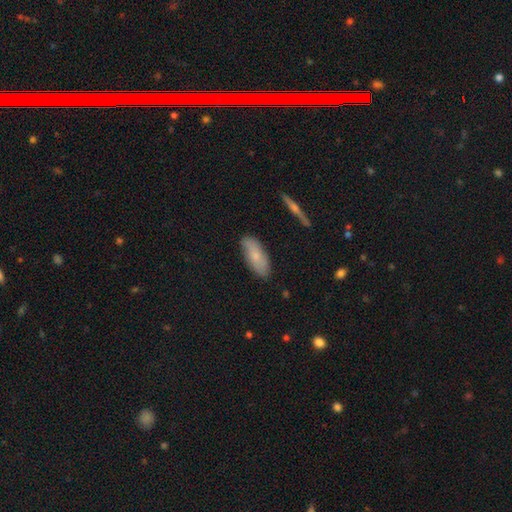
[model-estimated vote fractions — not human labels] The model was most divided on "smooth or featured": smooth: 67%, featured or disk: 26%, star or artifact: 7%. More confident: merging — none (82%); how rounded — in between (77%).